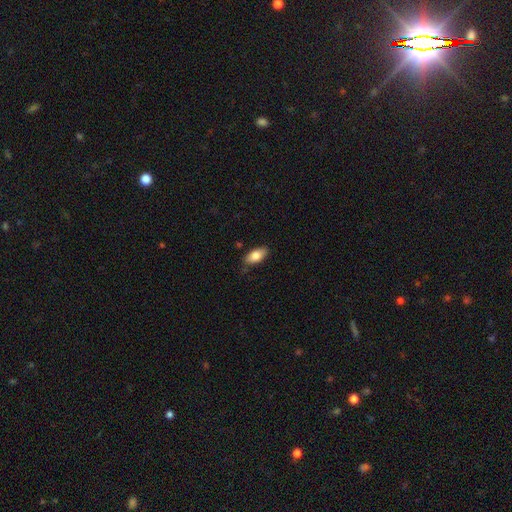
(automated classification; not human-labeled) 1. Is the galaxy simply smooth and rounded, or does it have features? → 80% smooth, 13% featured or disk, 7% star or artifact.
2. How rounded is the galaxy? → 89% in between, 8% cigar-shaped, 3% round.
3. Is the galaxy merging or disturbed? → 81% none, 15% minor disturbance, 2% major disturbance, 2% merger.